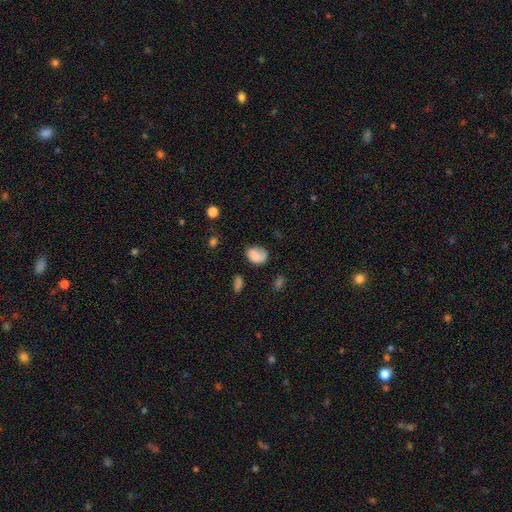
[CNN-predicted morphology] Overall: smooth (73%). How rounded: in between (65%; round 34%). Merging: none (53%; minor disturbance 28%).